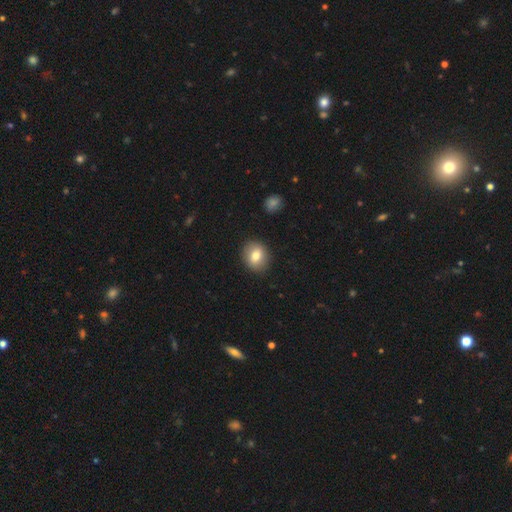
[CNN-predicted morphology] This appears to be a smooth galaxy with no disk features (77%) that is round (67%). Merging: none (89%).